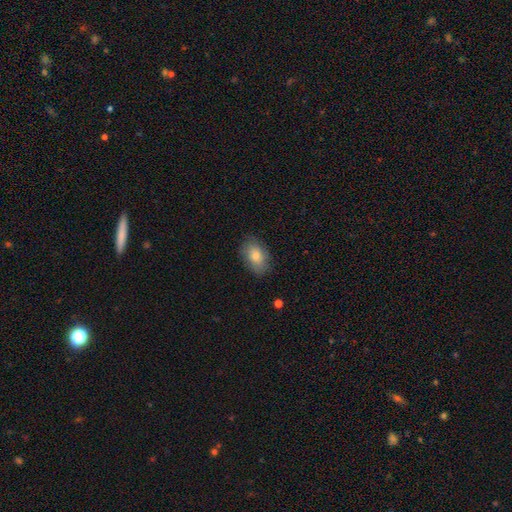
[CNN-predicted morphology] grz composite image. It shows a smooth galaxy with no disk features (79%) that is in between round and cigar-shaped (85%). Merging: none (84%).